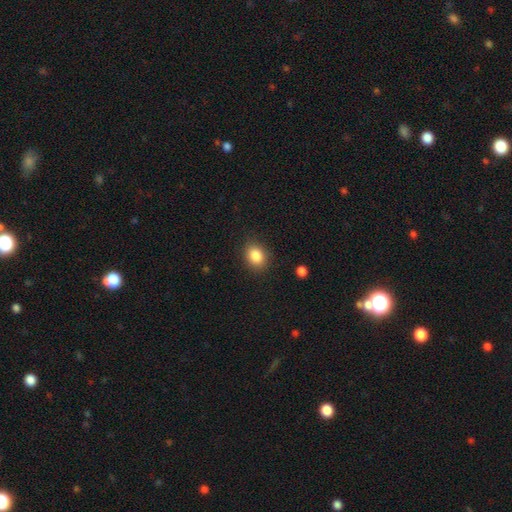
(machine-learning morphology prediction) smooth_or_featured: smooth (p=0.85) [alt: star or artifact p=0.09]
how_rounded: in between (p=0.53) [alt: round p=0.46]
merging: none (p=0.86) [alt: minor disturbance p=0.10]